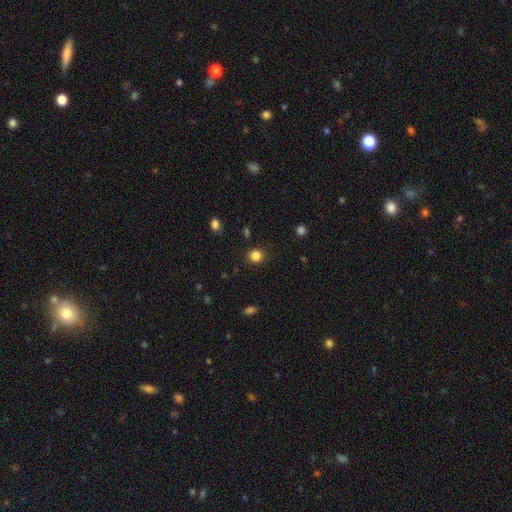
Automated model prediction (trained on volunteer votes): Q: Smooth or featured?
A: smooth (85%); runner-up: star or artifact (11%)
Q: How rounded?
A: round (82%); runner-up: in between (17%)
Q: Merging?
A: none (88%); runner-up: minor disturbance (8%)